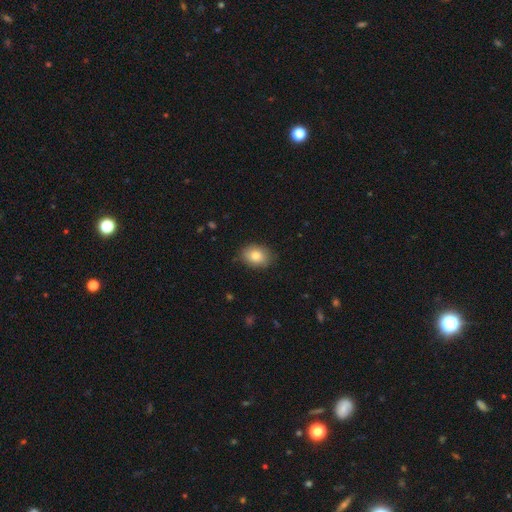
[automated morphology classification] This appears to be a smooth galaxy with no disk features (82%) that is in between round and cigar-shaped (70%). Merging: none (84%).